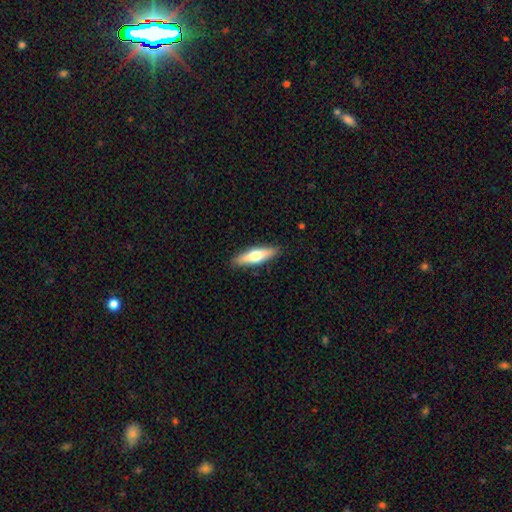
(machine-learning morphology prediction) Smooth or featured? smooth (54%)
How rounded? cigar-shaped (61%)
Merging? none (89%)